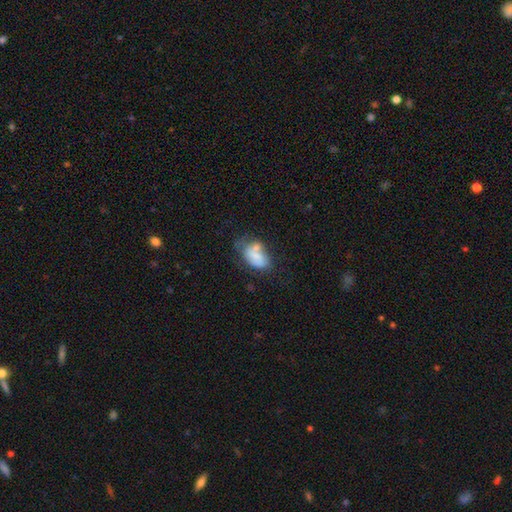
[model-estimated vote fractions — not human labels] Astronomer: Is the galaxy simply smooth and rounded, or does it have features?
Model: smooth — 62%.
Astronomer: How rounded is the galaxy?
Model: in between — 88%.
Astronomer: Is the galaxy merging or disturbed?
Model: none — 32% (runner-up: minor disturbance, 27%).